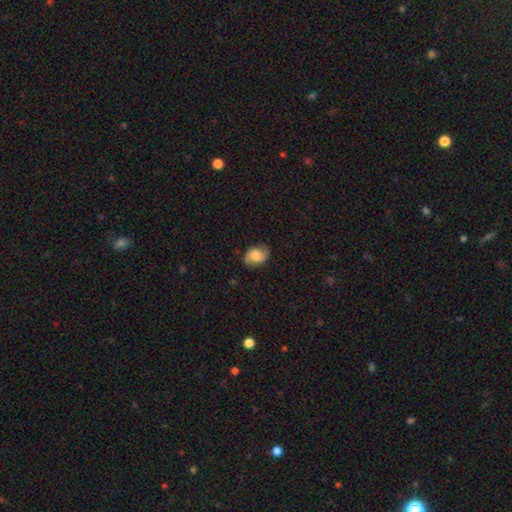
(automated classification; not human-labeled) Smooth or featured? Predicted: featured or disk (p=0.52). Edge-on disk? Predicted: no (p=0.96). Merging? Predicted: none (p=0.79).